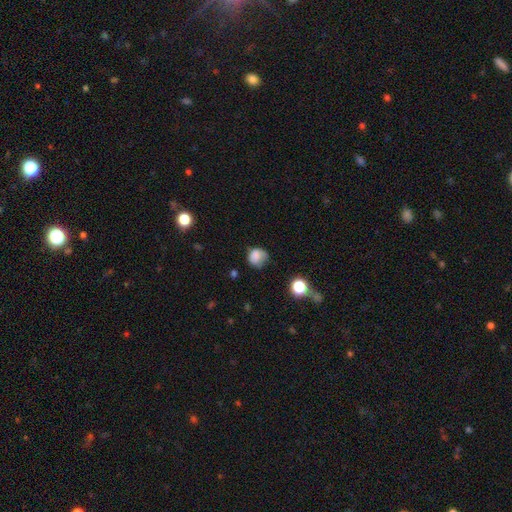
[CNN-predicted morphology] Q: Smooth or featured?
A: smooth (79%); runner-up: star or artifact (11%)
Q: How rounded?
A: round (74%); runner-up: in between (25%)
Q: Merging?
A: none (49%); runner-up: minor disturbance (32%)